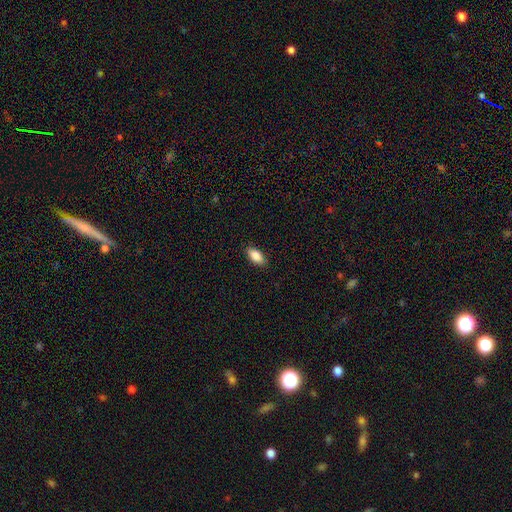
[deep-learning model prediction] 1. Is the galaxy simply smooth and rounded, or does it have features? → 86% smooth, 7% featured or disk, 7% star or artifact.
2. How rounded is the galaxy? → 91% in between, 7% cigar-shaped, 3% round.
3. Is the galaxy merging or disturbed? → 88% none, 9% minor disturbance, 2% major disturbance, 1% merger.